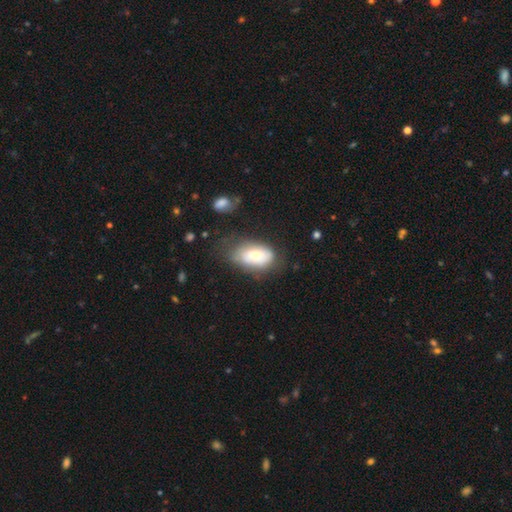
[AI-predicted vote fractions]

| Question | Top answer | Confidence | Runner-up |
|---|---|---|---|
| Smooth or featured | smooth | 67% | featured or disk (26%) |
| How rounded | in between | 92% | round (6%) |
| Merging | none | 51% | minor disturbance (30%) |